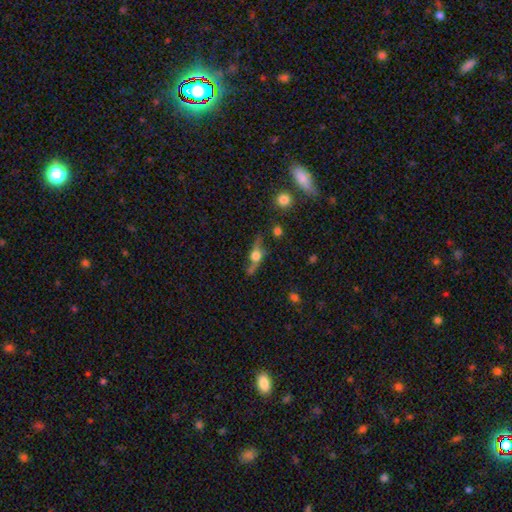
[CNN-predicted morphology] A featured or disk galaxy (63%) viewed edge-on (80%).

Vote fractions:
- Smooth or featured? featured or disk: 63% / smooth: 27% / star or artifact: 11%
- Edge-on disk? yes: 80% / no: 20%
- Merging? none: 67% / minor disturbance: 19% / major disturbance: 9% / merger: 5%